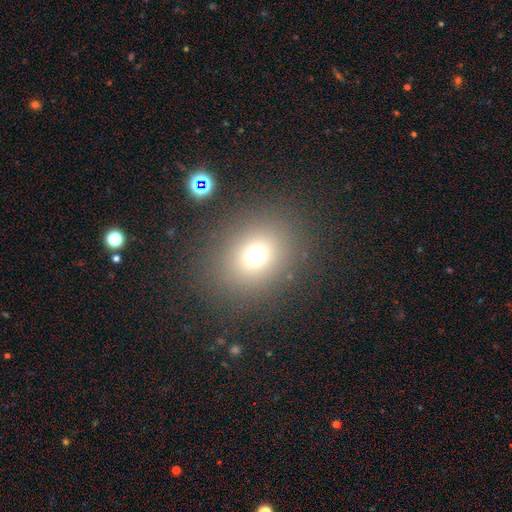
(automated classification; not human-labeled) The model was most divided on "how rounded": round: 69%, in between: 30%, cigar-shaped: 1%. More confident: merging — none (84%); smooth or featured — smooth (69%).